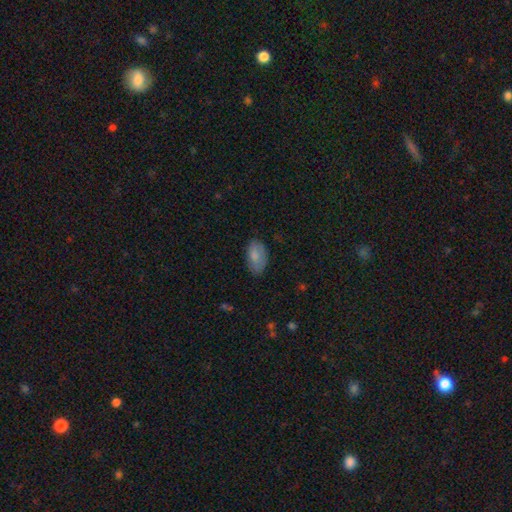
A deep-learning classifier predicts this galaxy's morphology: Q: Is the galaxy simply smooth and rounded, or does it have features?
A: smooth — 81%.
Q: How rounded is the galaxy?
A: in between — 93%.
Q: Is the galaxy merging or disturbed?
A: none — 76%.